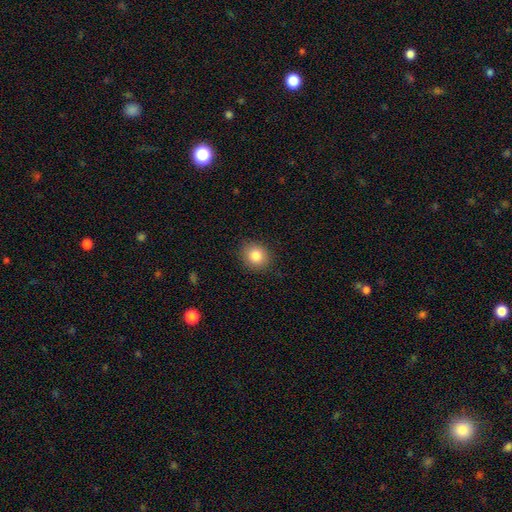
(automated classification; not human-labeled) A smooth galaxy with no disk features (83%) that is round (75%).

Vote fractions:
- Smooth or featured? smooth: 83% / star or artifact: 10% / featured or disk: 7%
- How rounded? round: 75% / in between: 24% / cigar-shaped: 1%
- Merging? none: 89% / minor disturbance: 8% / major disturbance: 2% / merger: 1%